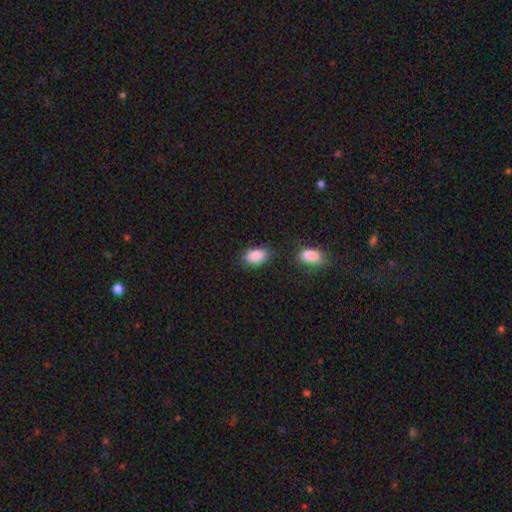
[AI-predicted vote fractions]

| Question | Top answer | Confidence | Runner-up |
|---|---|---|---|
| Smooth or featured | smooth | 89% | star or artifact (7%) |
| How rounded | in between | 92% | round (7%) |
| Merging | none | 78% | minor disturbance (13%) |